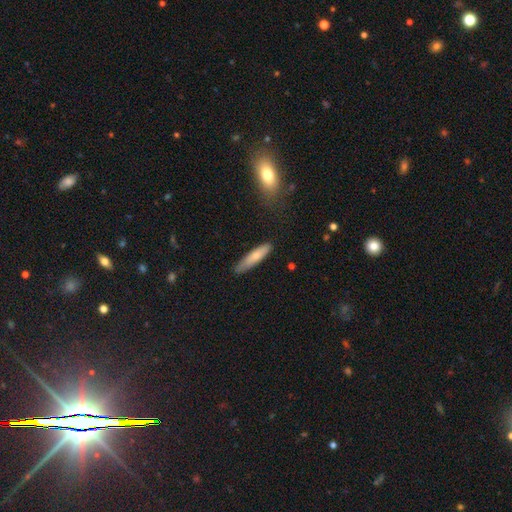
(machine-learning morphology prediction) smooth-or-featured: smooth: 73% | featured or disk: 21% | star or artifact: 6%
  how-rounded: cigar-shaped: 80% | in between: 18% | round: 1%
  merging: none: 78% | minor disturbance: 17% | major disturbance: 3% | merger: 2%